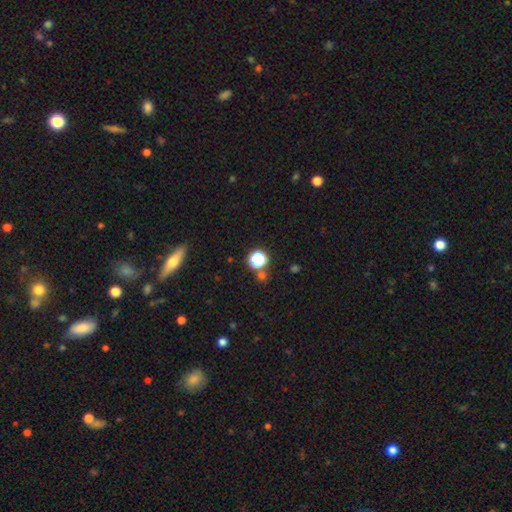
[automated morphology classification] Q: Smooth or featured?
A: smooth (48%); runner-up: star or artifact (39%)
Q: Merging?
A: none (85%); runner-up: minor disturbance (7%)